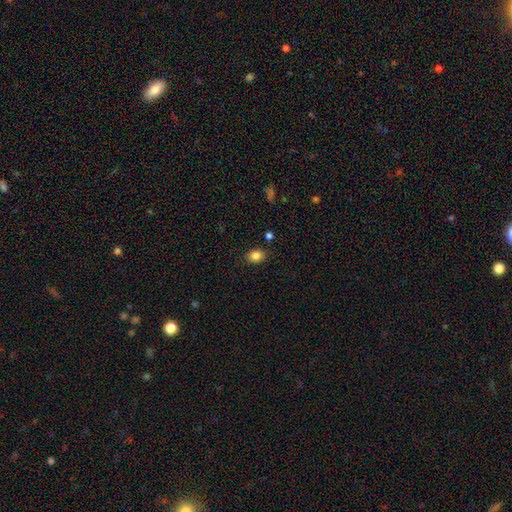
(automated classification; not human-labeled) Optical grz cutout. It shows a smooth galaxy with no disk features (85%) that is in between round and cigar-shaped (65%). Merging: none (85%).